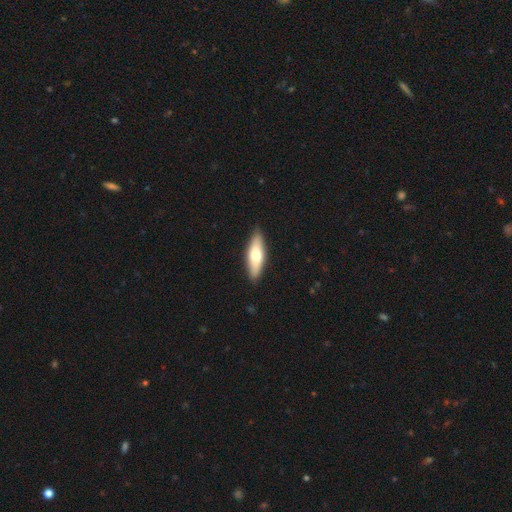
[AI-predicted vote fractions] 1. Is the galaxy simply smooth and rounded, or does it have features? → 63% smooth, 32% featured or disk, 5% star or artifact.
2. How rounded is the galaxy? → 50% in between, 48% cigar-shaped, 2% round.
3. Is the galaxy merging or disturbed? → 88% none, 9% minor disturbance, 2% major disturbance, 1% merger.